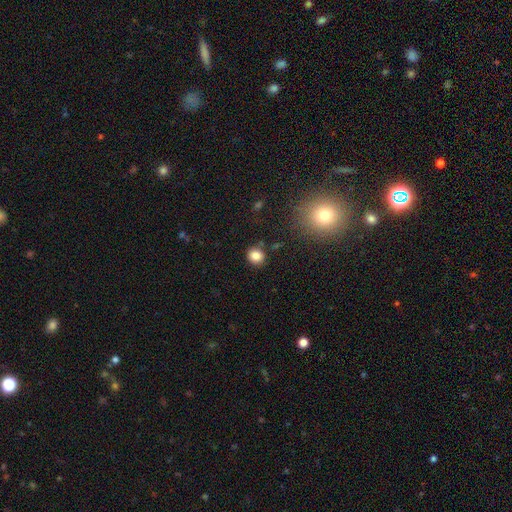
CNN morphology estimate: Smooth or featured: smooth — 83% (star or artifact — 11%)
How rounded: round — 80% (in between — 19%)
Merging: none — 83% (minor disturbance — 10%)